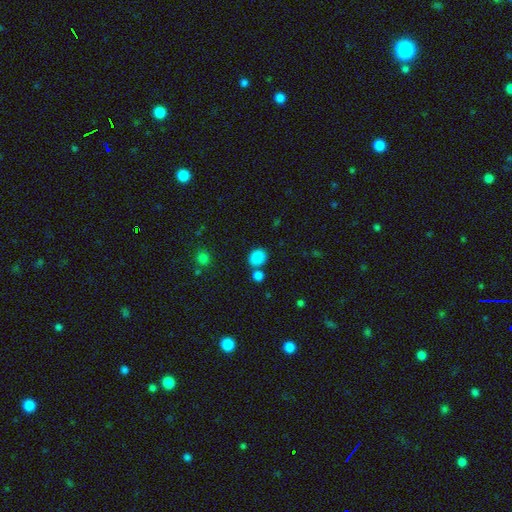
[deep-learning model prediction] This appears to be a smooth galaxy with no disk features (85%) that is round (60%). Merging: none (67%).